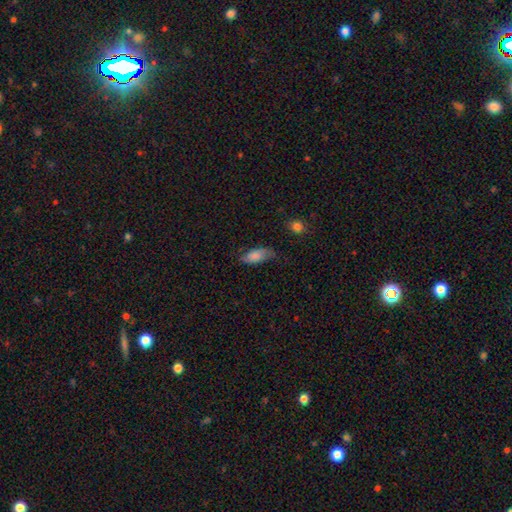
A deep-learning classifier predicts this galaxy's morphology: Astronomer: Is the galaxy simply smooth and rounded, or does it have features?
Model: smooth — 78%.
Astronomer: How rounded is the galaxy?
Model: in between — 88%.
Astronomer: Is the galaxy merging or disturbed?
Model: none — 60%.